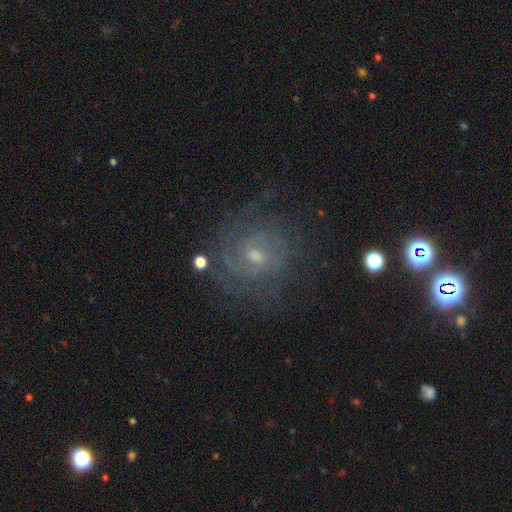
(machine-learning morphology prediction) Smooth or featured? featured or disk (76%)
Edge-on disk? no (97%)
Bar? no (49%)
Spiral arms? yes (91%)
Spiral winding? tight (62%)
Spiral arm count? can't tell (43%)
Bulge size? small (49%)
Merging? none (73%)